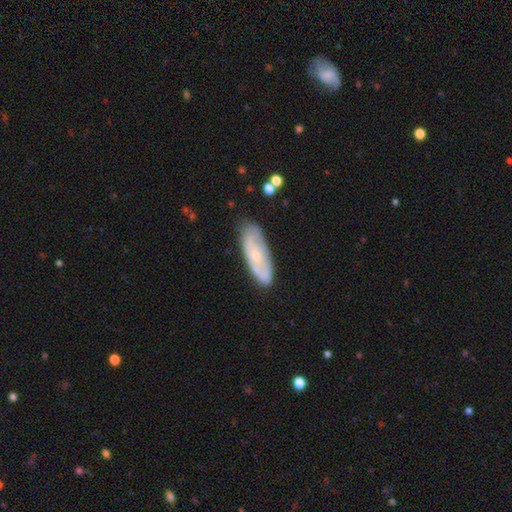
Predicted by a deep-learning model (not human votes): smooth_or_featured: featured or disk (p=0.53) [alt: smooth p=0.40]
disk_edge_on: no (p=0.80) [alt: yes p=0.20]
merging: none (p=0.78) [alt: minor disturbance p=0.16]